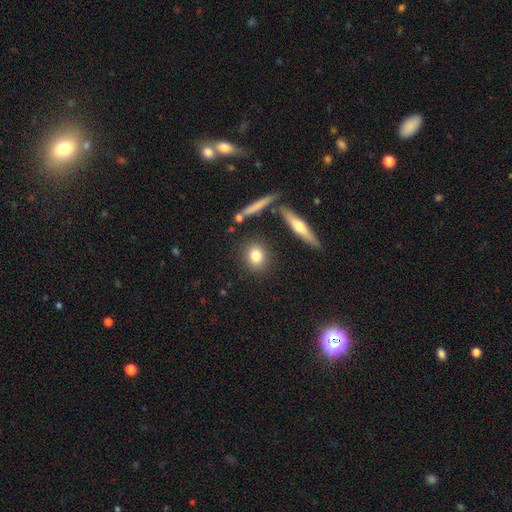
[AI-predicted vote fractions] Q: Smooth or featured?
A: smooth (79%); runner-up: featured or disk (12%)
Q: How rounded?
A: round (67%); runner-up: in between (27%)
Q: Merging?
A: none (84%); runner-up: minor disturbance (8%)